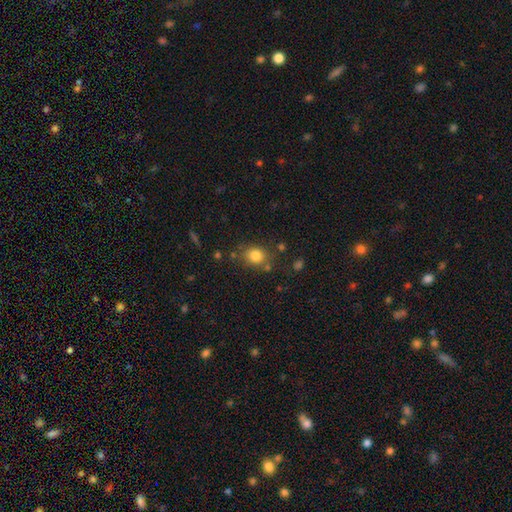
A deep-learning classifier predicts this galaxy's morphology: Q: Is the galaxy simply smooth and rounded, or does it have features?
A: smooth — 82%.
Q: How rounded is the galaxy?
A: round — 65%.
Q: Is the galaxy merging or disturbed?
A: none — 74%.